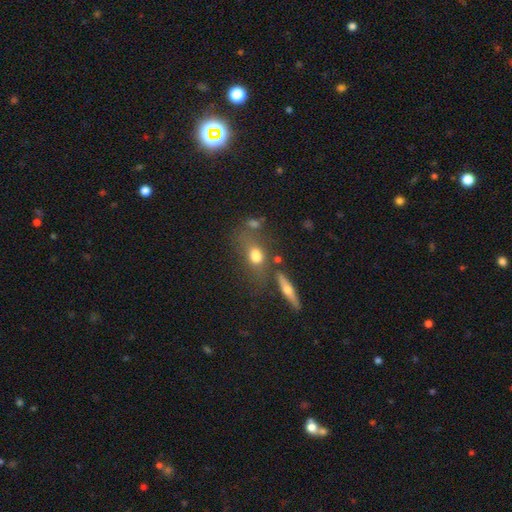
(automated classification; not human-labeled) Smooth or featured? smooth (66%)
How rounded? in between (66%)
Merging? none (51%)